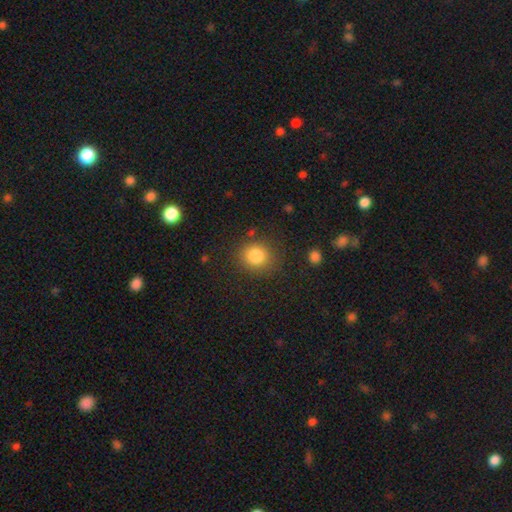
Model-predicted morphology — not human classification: Smooth or featured? smooth (83%)
How rounded? round (83%)
Merging? none (83%)